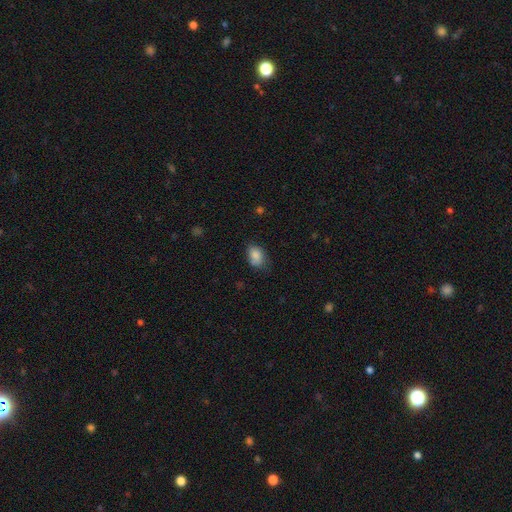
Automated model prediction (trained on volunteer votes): smooth-or-featured: smooth: 85% | star or artifact: 8% | featured or disk: 7%
  how-rounded: in between: 80% | round: 18% | cigar-shaped: 1%
  merging: none: 63% | minor disturbance: 29% | major disturbance: 6% | merger: 2%